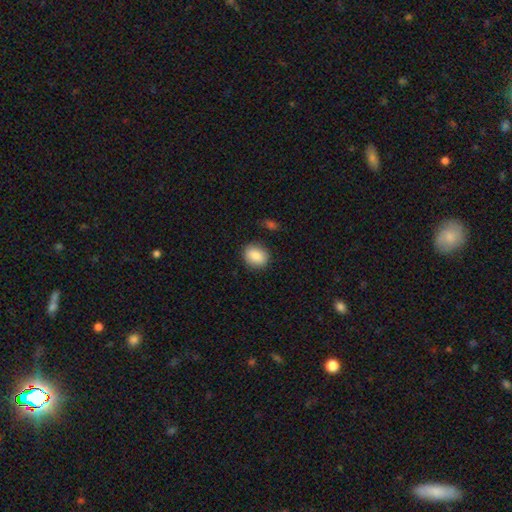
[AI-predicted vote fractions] A smooth galaxy with no disk features (86%) that is round (61%).

Vote fractions:
- Smooth or featured? smooth: 86% / star or artifact: 8% / featured or disk: 6%
- How rounded? round: 61% / in between: 38% / cigar-shaped: 1%
- Merging? none: 84% / minor disturbance: 11% / major disturbance: 3% / merger: 2%